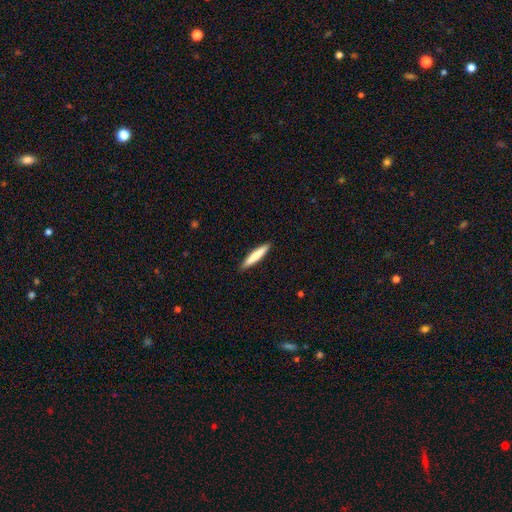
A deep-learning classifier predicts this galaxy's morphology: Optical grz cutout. It shows a smooth galaxy with no disk features (76%) that is cigar-shaped (92%). Merging: none (91%).